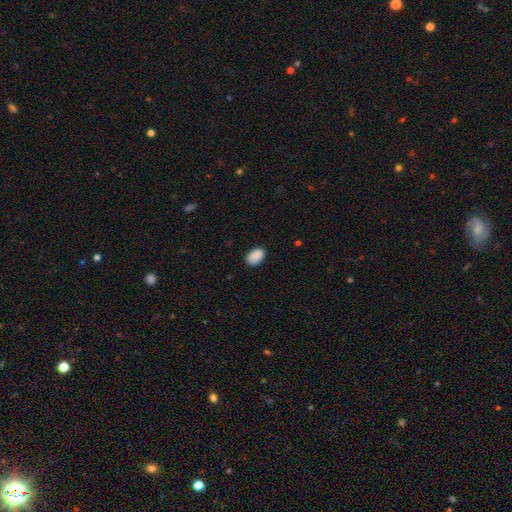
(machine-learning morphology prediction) This appears to be a smooth galaxy with no disk features (90%) that is in between round and cigar-shaped (89%). Merging: none (85%).